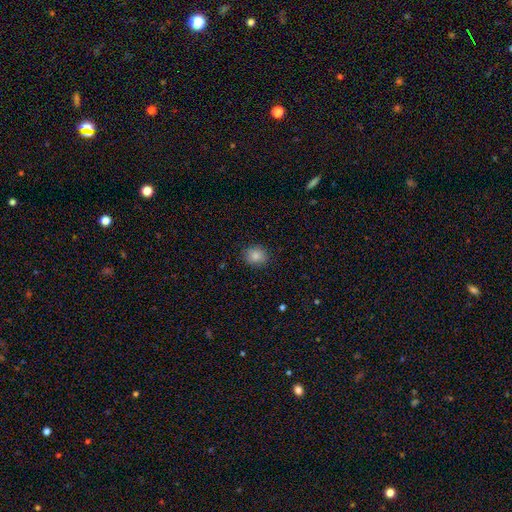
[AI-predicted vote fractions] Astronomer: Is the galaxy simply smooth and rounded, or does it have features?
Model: smooth — 85%.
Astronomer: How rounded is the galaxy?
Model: round — 69%.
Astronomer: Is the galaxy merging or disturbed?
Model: none — 87%.